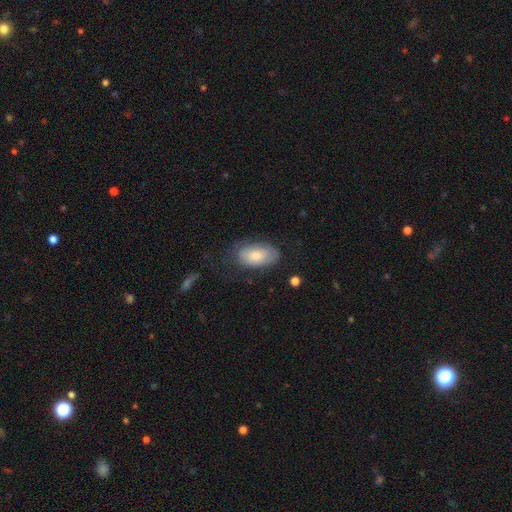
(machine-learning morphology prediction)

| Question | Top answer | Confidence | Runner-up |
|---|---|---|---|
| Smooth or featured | smooth | 76% | featured or disk (18%) |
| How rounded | in between | 94% | round (4%) |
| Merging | none | 63% | minor disturbance (24%) |